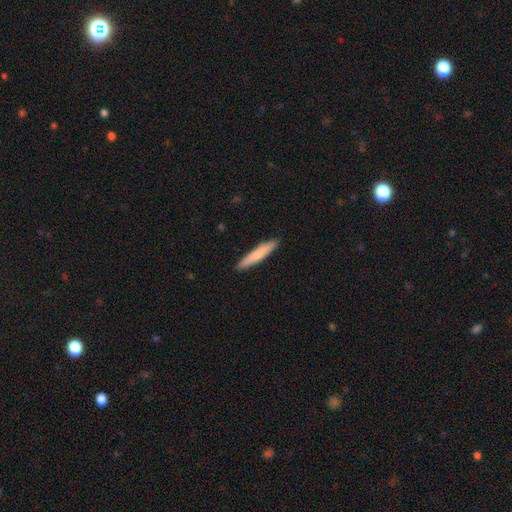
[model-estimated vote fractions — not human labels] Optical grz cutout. It shows a smooth galaxy with no disk features (75%) that is cigar-shaped (93%). Merging: none (92%).